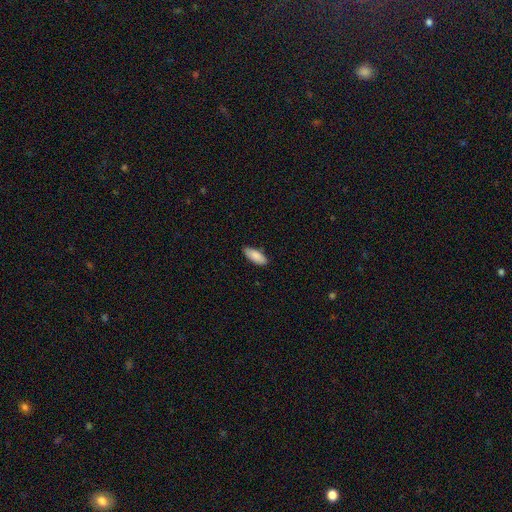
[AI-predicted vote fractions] smooth 87%, featured or disk 7%, star or artifact 6%. Down the decision tree: how rounded — in between (82%); merging — none (83%).